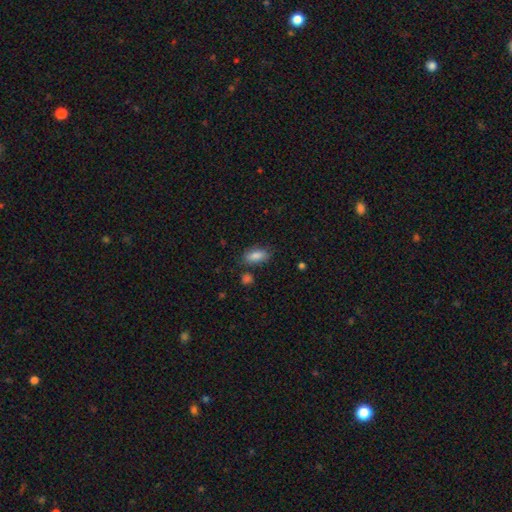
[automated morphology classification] type=smooth (85%); roundness=in between (87%); merging=none (76%).